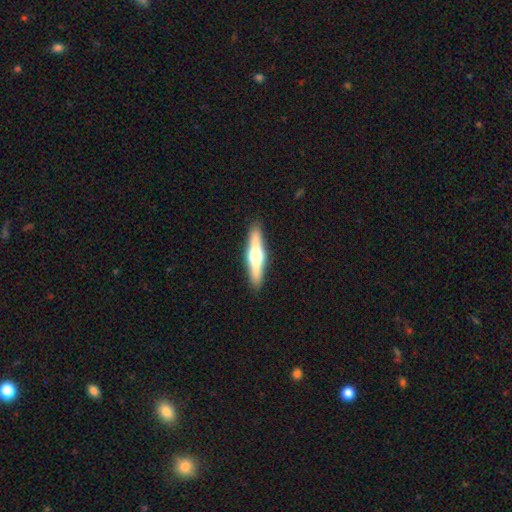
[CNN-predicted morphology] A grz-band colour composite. It shows a featured or disk galaxy (61%) viewed edge-on (96%) with a rounded central bulge (95%). Merging: none (91%).